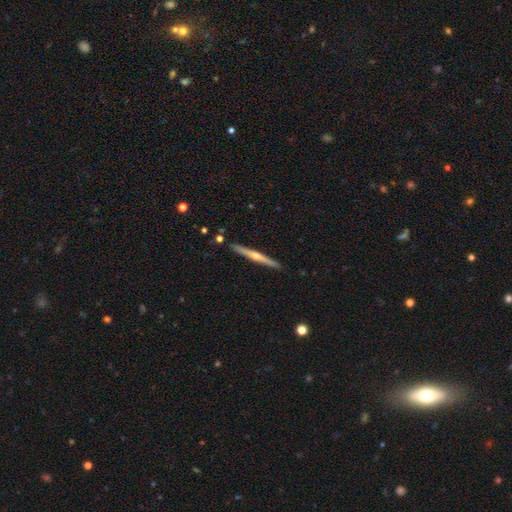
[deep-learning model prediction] This appears to be a featured or disk galaxy (71%) viewed edge-on (98%) with a rounded central bulge (81%). Merging: none (91%).